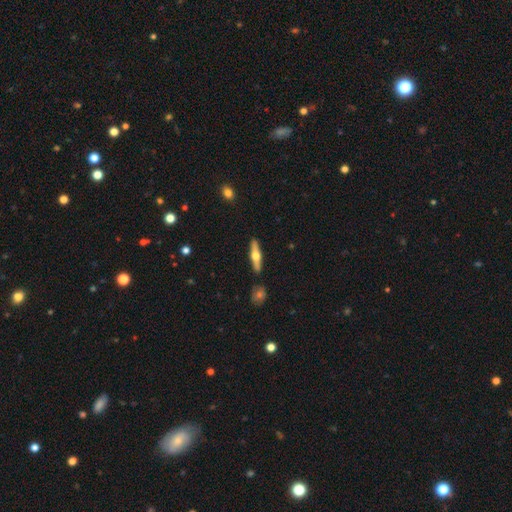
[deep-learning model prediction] Smooth or featured?
  - featured or disk: 60% *
  - smooth: 35%
  - star or artifact: 5%
Edge-on disk?
  - yes: 95% *
  - no: 5%
Edge-on bulge?
  - rounded: 95% *
  - boxy: 3%
  - none: 2%
Merging?
  - none: 89% *
  - minor disturbance: 7%
  - merger: 2%
  - major disturbance: 2%